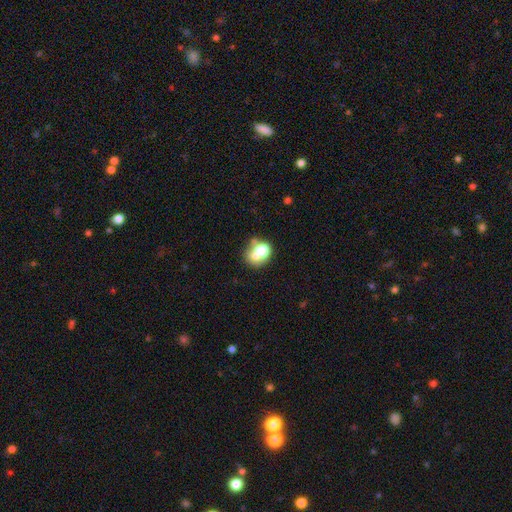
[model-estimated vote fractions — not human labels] Smooth or featured?
  - smooth: 64% *
  - featured or disk: 22%
  - star or artifact: 14%
How rounded?
  - round: 63% *
  - in between: 37%
  - cigar-shaped: 1%
Merging?
  - merger: 43% *
  - none: 36%
  - minor disturbance: 12%
  - major disturbance: 8%